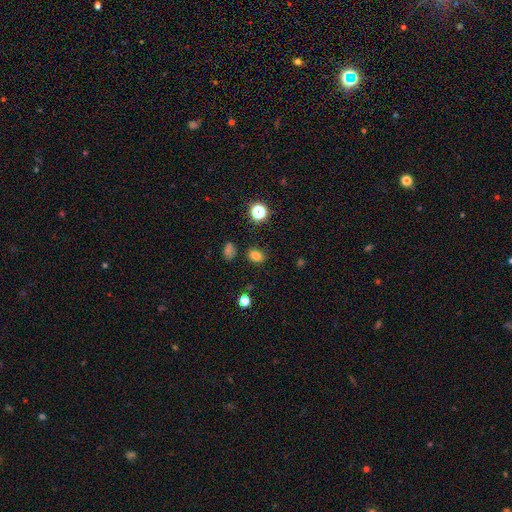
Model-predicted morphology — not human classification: This appears to be a smooth galaxy with no disk features (78%) that is in between round and cigar-shaped (63%). Merging: none (83%).